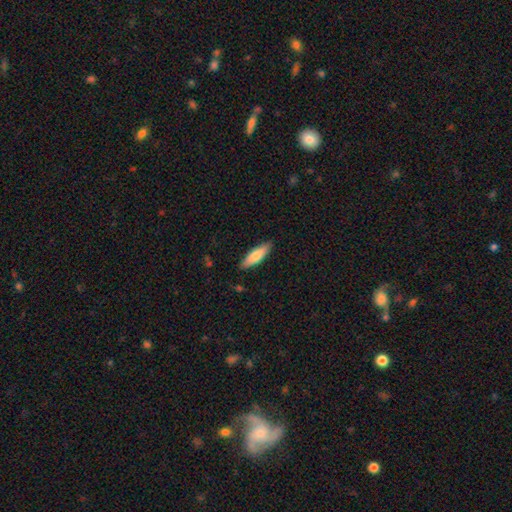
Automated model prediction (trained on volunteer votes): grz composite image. It shows a smooth galaxy with no disk features (75%) that is cigar-shaped (55%). Merging: none (87%).